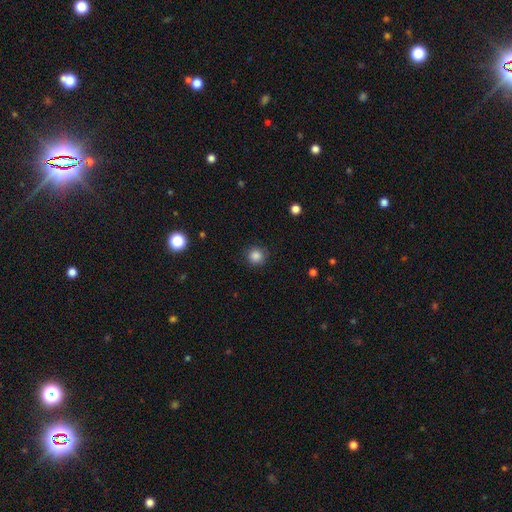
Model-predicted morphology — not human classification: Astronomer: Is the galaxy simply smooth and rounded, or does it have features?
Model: smooth — 85%.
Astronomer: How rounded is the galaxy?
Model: round — 92%.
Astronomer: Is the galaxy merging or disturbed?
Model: none — 86%.